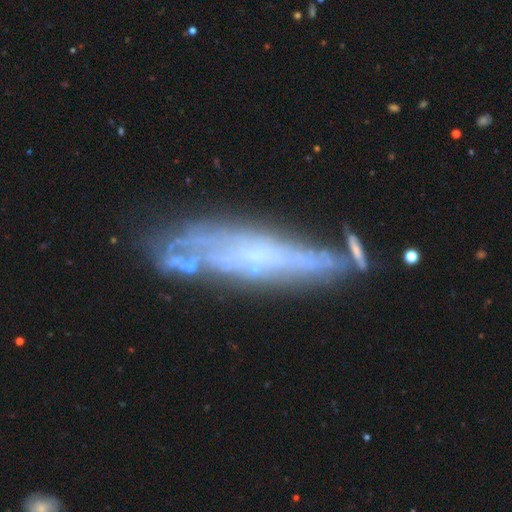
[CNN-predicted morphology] Smooth or featured? Predicted: featured or disk (p=0.67). Edge-on disk? Predicted: yes (p=0.52). Merging? Predicted: none (p=0.63).